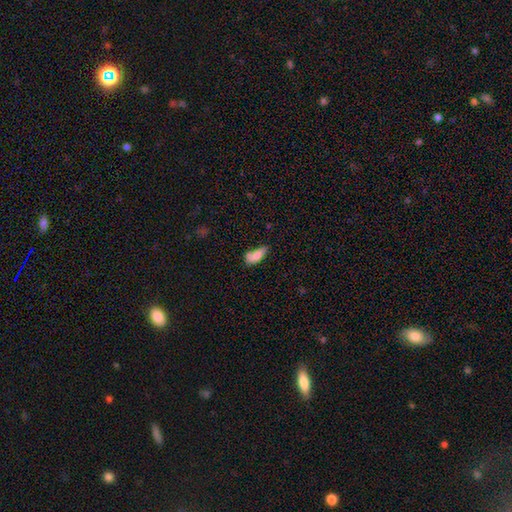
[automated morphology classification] Overall: smooth (75%). How rounded: in between (77%). Merging: none (38%; minor disturbance 31%).